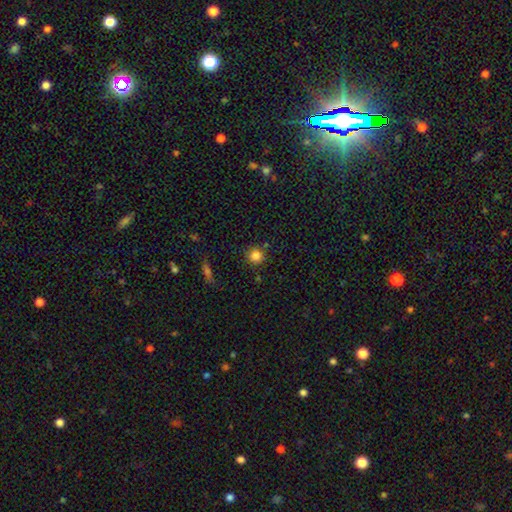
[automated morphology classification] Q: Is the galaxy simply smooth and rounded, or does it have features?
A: smooth — 83%.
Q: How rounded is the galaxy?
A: round — 92%.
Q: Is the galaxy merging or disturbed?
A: none — 81%.